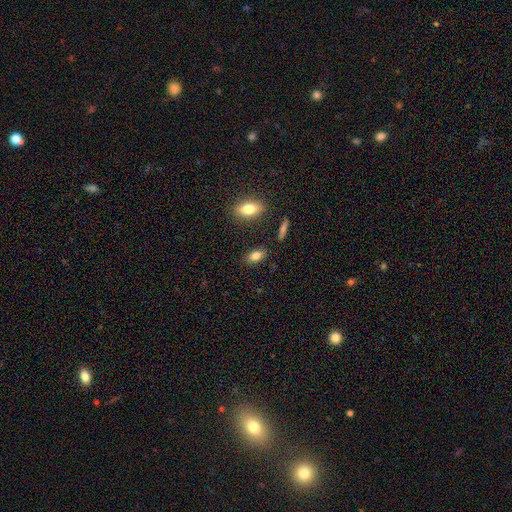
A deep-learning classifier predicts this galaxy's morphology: A smooth galaxy with no disk features (82%) that is in between round and cigar-shaped (88%). Merging: none (85%).